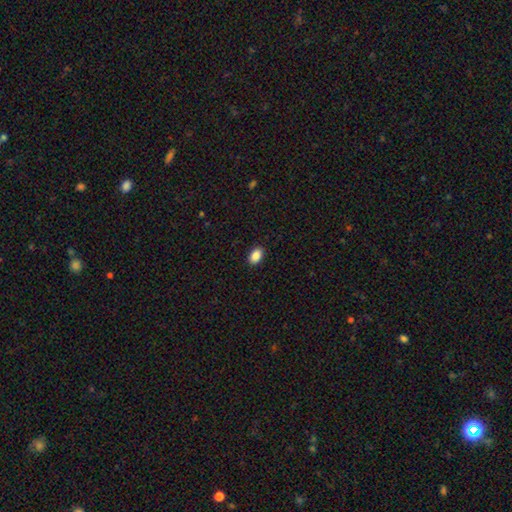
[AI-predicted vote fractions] This appears to be a smooth galaxy with no disk features (88%) that is in between round and cigar-shaped (86%). Merging: none (90%).